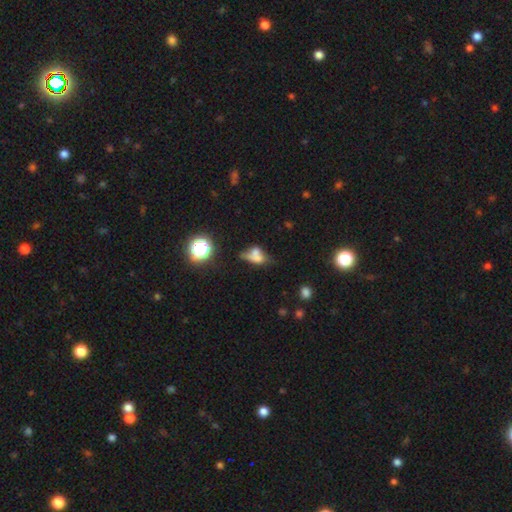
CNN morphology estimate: This appears to be a smooth galaxy with no disk features (54%) that is in between round and cigar-shaped (68%). Merging: merger (38%).